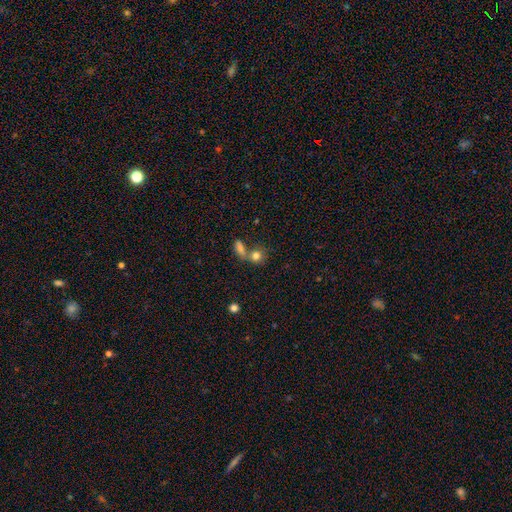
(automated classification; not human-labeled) smooth-or-featured: smooth: 79% | star or artifact: 11% | featured or disk: 10%
  how-rounded: round: 73% | in between: 25% | cigar-shaped: 2%
  merging: merger: 46% | none: 40% | minor disturbance: 9% | major disturbance: 5%